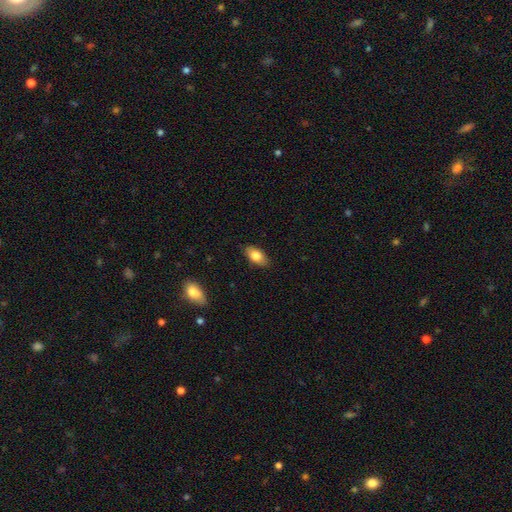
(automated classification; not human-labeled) A smooth galaxy with no disk features (80%) that is in between round and cigar-shaped (90%).

Vote fractions:
- Smooth or featured? smooth: 80% / featured or disk: 13% / star or artifact: 7%
- How rounded? in between: 90% / cigar-shaped: 5% / round: 5%
- Merging? none: 86% / minor disturbance: 11% / major disturbance: 2% / merger: 1%